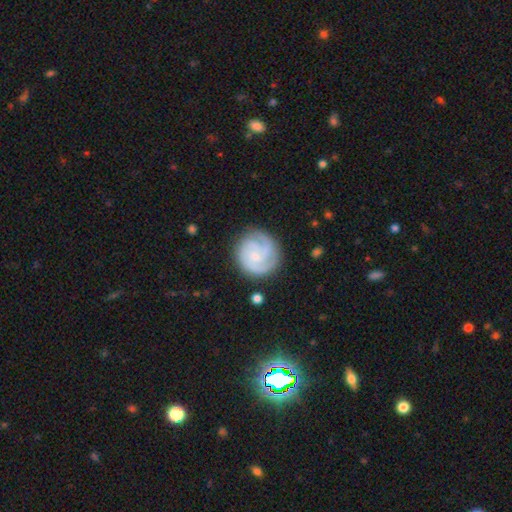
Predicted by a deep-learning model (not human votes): Smooth or featured? featured or disk (79%)
Edge-on disk? no (98%)
Bar? no (71%)
Spiral arms? yes (96%)
Spiral winding? tight (61%)
Spiral arm count? 3 (50%)
Bulge size? small (73%)
Merging? none (79%)